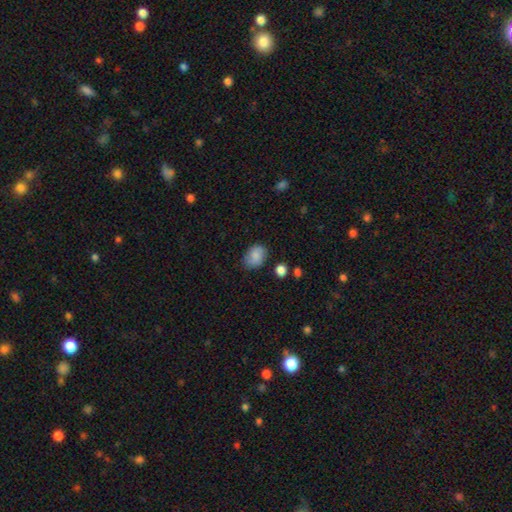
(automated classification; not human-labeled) smooth_or_featured: smooth (p=0.81) [alt: featured or disk p=0.11]
how_rounded: in between (p=0.65) [alt: round p=0.33]
merging: none (p=0.75) [alt: minor disturbance p=0.18]